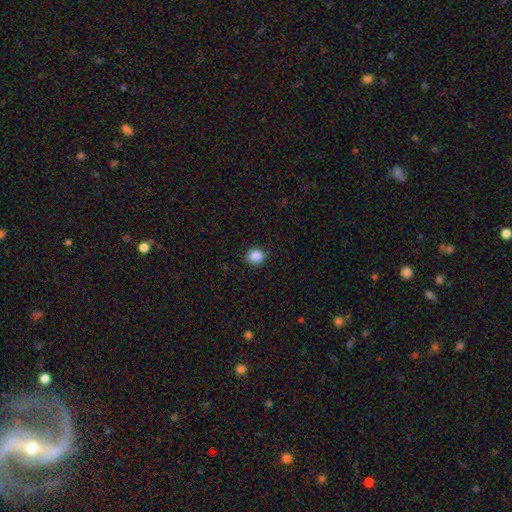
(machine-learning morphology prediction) Overall: smooth (87%). How rounded: round (75%). Merging: none (86%).